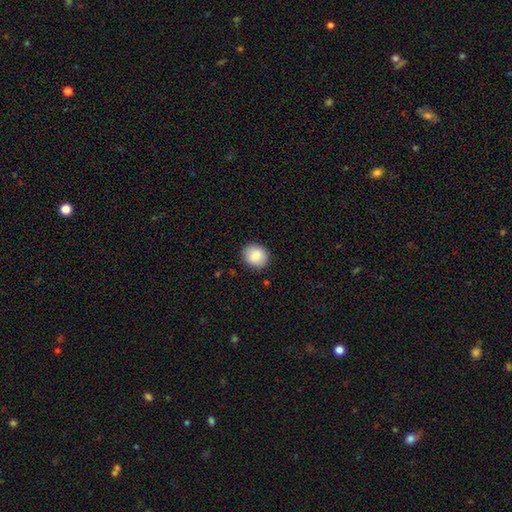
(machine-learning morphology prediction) The model was most divided on "how rounded": round: 70%, in between: 29%, cigar-shaped: 1%. More confident: merging — none (89%); smooth or featured — smooth (86%).